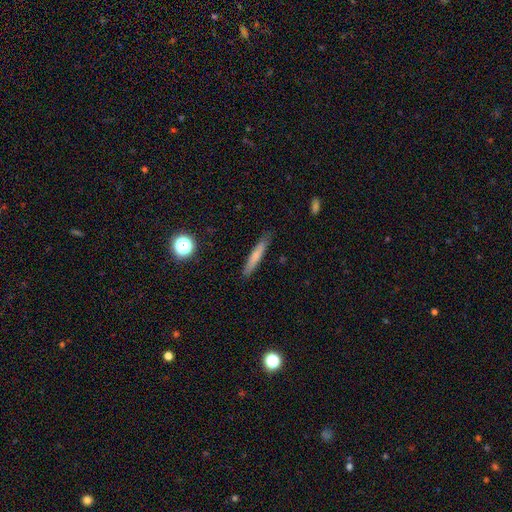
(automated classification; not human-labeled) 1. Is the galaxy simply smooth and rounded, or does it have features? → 70% smooth, 22% featured or disk, 8% star or artifact.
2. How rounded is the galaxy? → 92% cigar-shaped, 6% in between, 2% round.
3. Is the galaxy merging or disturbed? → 85% none, 11% minor disturbance, 2% major disturbance, 1% merger.